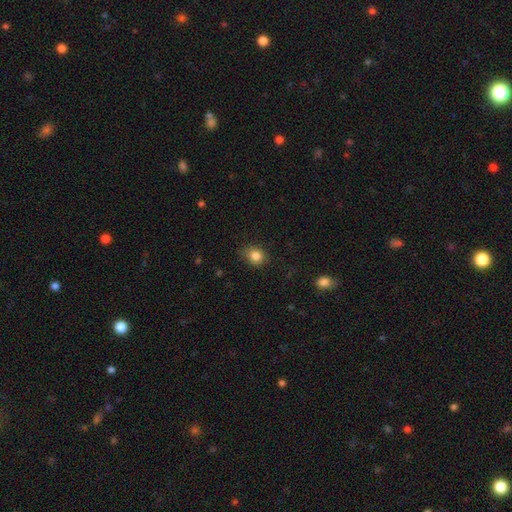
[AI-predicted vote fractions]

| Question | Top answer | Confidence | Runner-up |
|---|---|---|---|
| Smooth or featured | smooth | 84% | star or artifact (11%) |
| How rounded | round | 69% | in between (30%) |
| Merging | none | 81% | minor disturbance (15%) |